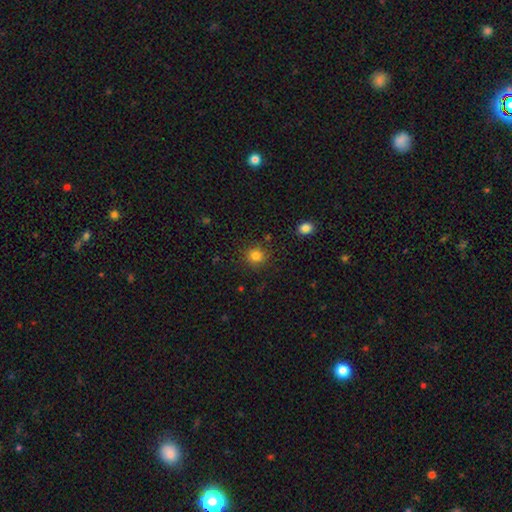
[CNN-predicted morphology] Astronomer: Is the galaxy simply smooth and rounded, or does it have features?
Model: smooth — 82%.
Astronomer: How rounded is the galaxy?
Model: round — 89%.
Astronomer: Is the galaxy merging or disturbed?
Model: none — 87%.